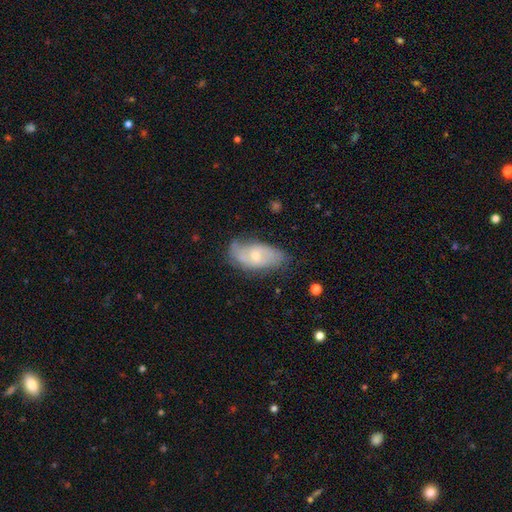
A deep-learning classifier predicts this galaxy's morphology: Smooth or featured? Predicted: featured or disk (p=0.59). Edge-on disk? Predicted: no (p=0.92). Bar? Predicted: no (p=0.62). Spiral arms? Predicted: yes (p=0.77). Bulge size? Predicted: small (p=0.57). Merging? Predicted: none (p=0.57).